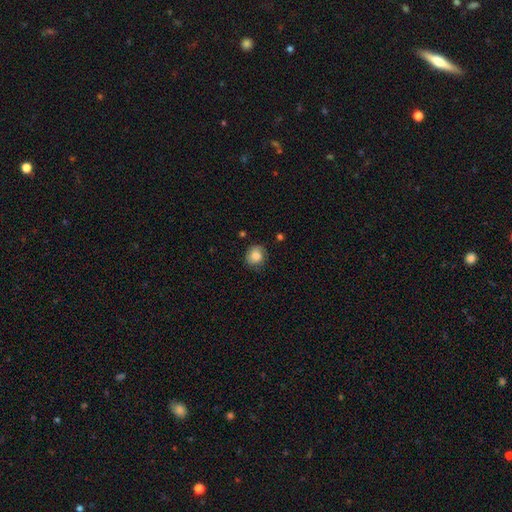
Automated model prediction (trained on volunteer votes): Q: Smooth or featured?
A: smooth (76%); runner-up: featured or disk (15%)
Q: How rounded?
A: round (76%); runner-up: in between (23%)
Q: Merging?
A: none (73%); runner-up: minor disturbance (20%)